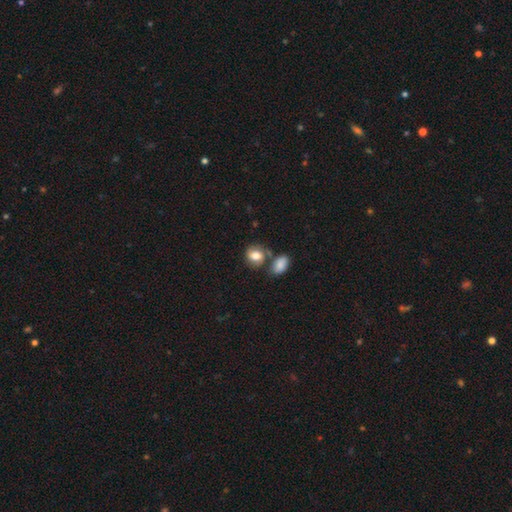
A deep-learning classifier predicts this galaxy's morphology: smooth-or-featured: smooth: 75% | featured or disk: 17% | star or artifact: 8%
  how-rounded: round: 52% | in between: 46% | cigar-shaped: 1%
  merging: none: 53% | merger: 25% | minor disturbance: 16% | major disturbance: 6%